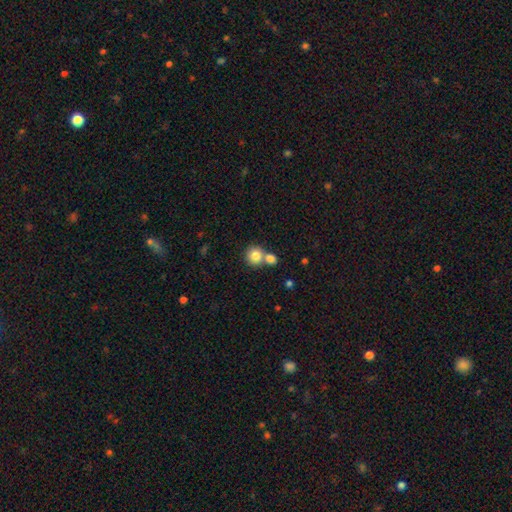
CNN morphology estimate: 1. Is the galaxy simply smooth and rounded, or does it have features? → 81% smooth, 10% star or artifact, 9% featured or disk.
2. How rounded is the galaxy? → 88% round, 11% in between, 1% cigar-shaped.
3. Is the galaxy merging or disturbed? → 46% none, 45% merger, 7% minor disturbance, 2% major disturbance.